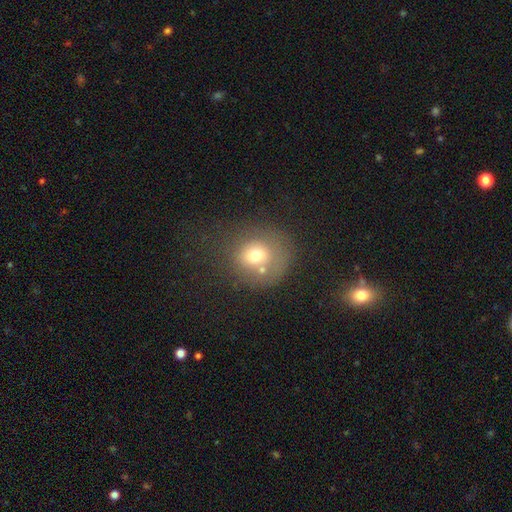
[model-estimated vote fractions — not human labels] smooth 66%, featured or disk 19%, star or artifact 14%. Down the decision tree: how rounded — round (82%); merging — none (54%).